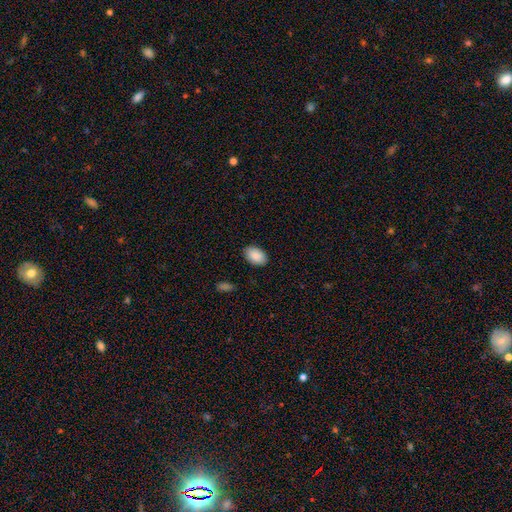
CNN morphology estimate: Smooth or featured: smooth — 90% (star or artifact — 6%)
How rounded: in between — 92% (round — 7%)
Merging: none — 88% (minor disturbance — 9%)